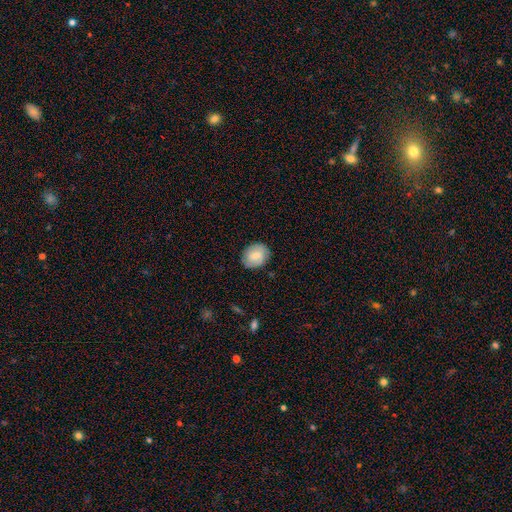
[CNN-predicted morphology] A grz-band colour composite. It shows a smooth galaxy with no disk features (74%) that is in between round and cigar-shaped (50%). Merging: none (82%).